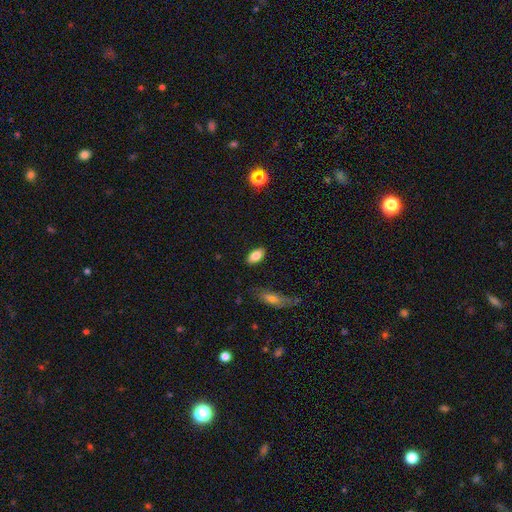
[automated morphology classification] The model was most divided on "smooth or featured": smooth: 82%, featured or disk: 10%, star or artifact: 7%. More confident: how rounded — in between (91%); merging — none (87%).